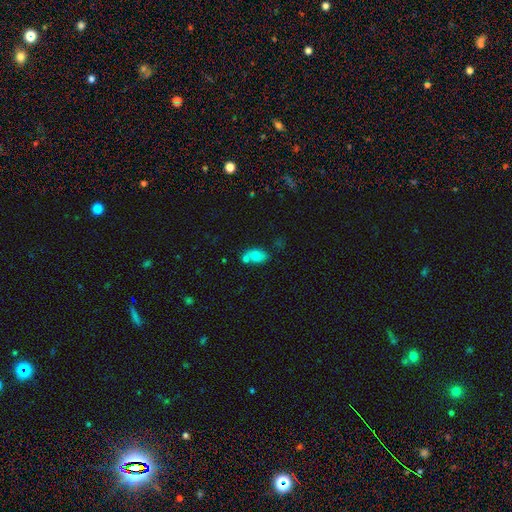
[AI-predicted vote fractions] A smooth galaxy with no disk features (74%) that is in between round and cigar-shaped (81%).

Vote fractions:
- Smooth or featured? smooth: 74% / featured or disk: 15% / star or artifact: 11%
- How rounded? in between: 81% / round: 17% / cigar-shaped: 2%
- Merging? none: 42% / merger: 38% / minor disturbance: 15% / major disturbance: 6%